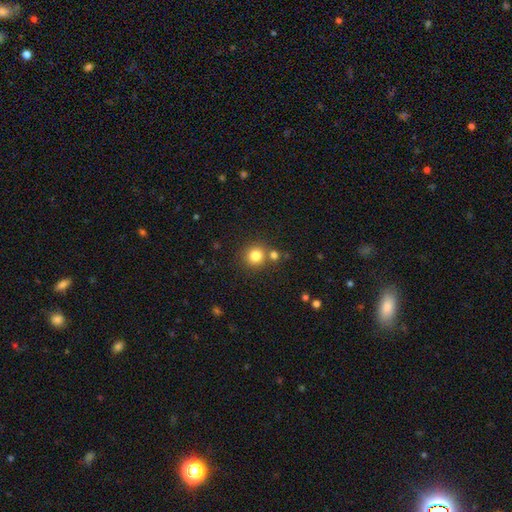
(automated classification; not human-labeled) This is clearly a smooth galaxy (82%). How rounded: clearly round (90%). Merging: likely none (73%).